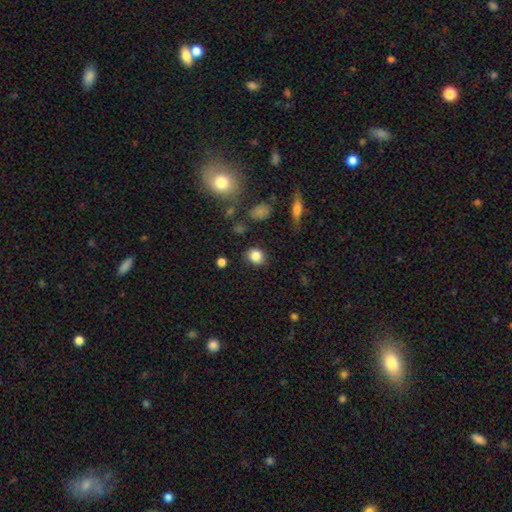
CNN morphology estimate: Smooth or featured?
  - smooth: 83% *
  - star or artifact: 10%
  - featured or disk: 6%
How rounded?
  - round: 71% *
  - in between: 28%
  - cigar-shaped: 1%
Merging?
  - none: 84% *
  - minor disturbance: 11%
  - major disturbance: 3%
  - merger: 2%